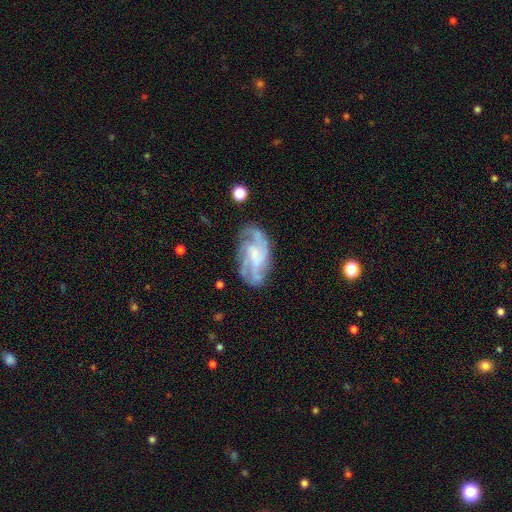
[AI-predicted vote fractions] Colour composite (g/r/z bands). It shows a featured or disk galaxy (81%) with no bar (46%), 3 (30%) medium (45%) spiral arms (92%) and a small central bulge (42%). Merging: none (67%).